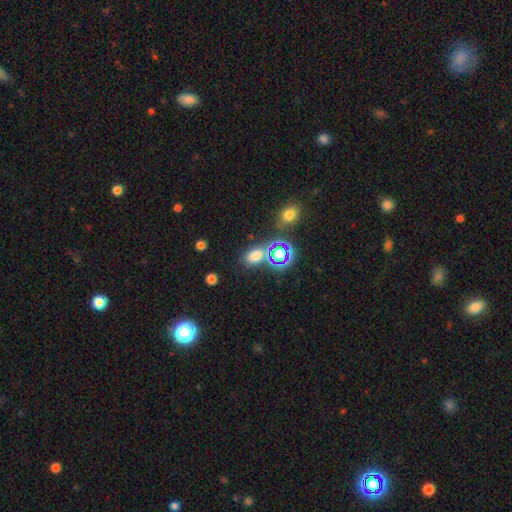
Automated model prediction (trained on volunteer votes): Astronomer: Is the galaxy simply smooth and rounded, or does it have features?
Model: smooth — 66%.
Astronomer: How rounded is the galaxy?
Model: in between — 70%.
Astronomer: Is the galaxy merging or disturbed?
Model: none — 71%.